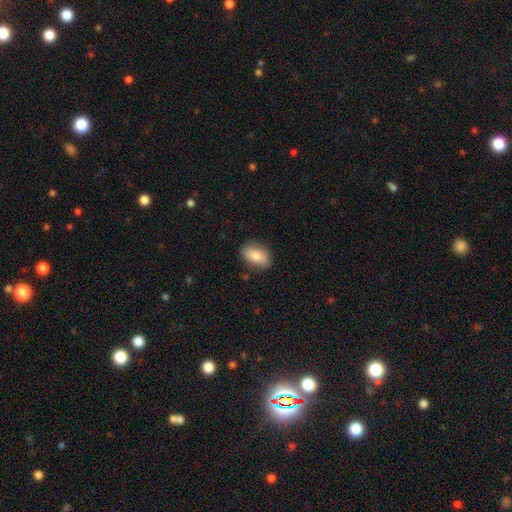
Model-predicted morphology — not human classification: Overall: smooth (79%). How rounded: in between (87%). Merging: none (83%).